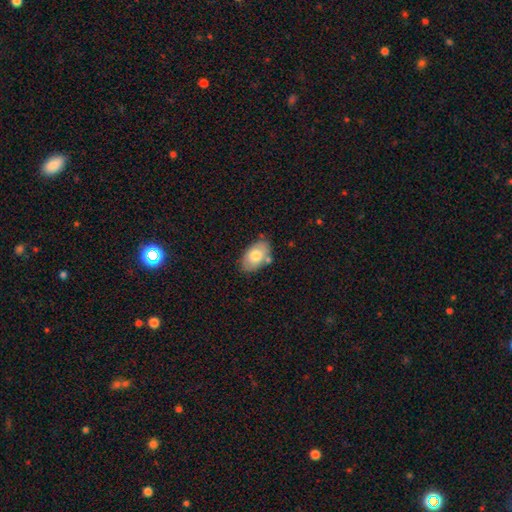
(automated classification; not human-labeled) Smooth or featured? smooth (75%)
How rounded? in between (93%)
Merging? none (74%)